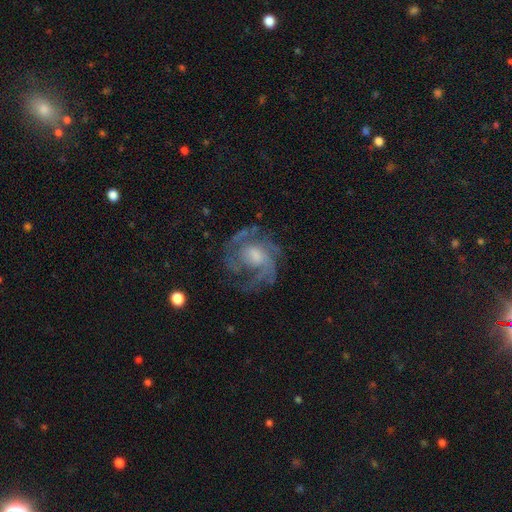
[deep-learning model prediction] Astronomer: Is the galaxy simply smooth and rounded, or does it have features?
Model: featured or disk — 82%.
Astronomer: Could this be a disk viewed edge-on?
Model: no — 98%.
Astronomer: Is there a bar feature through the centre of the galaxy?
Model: no — 62%.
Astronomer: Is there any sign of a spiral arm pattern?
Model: yes — 91%.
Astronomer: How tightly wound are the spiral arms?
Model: medium — 47% (runner-up: tight, 35%).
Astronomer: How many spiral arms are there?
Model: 3 — 27% (runner-up: can't tell, 25%).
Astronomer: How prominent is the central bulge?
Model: moderate — 45% (runner-up: small, 32%).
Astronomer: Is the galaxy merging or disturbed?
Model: none — 59%.